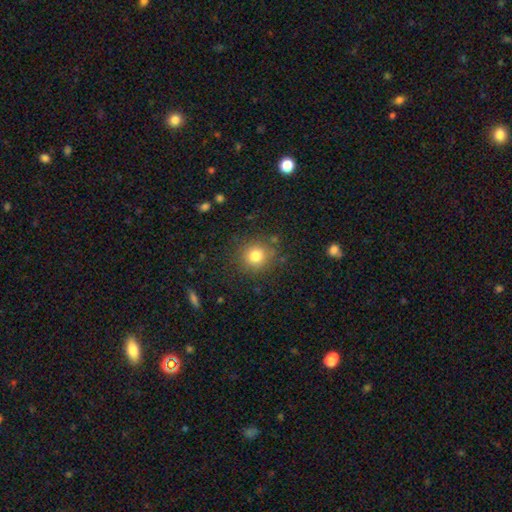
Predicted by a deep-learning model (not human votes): smooth-or-featured: smooth: 80% | star or artifact: 13% | featured or disk: 7%
  how-rounded: round: 90% | in between: 9% | cigar-shaped: 1%
  merging: none: 85% | minor disturbance: 9% | major disturbance: 4% | merger: 2%